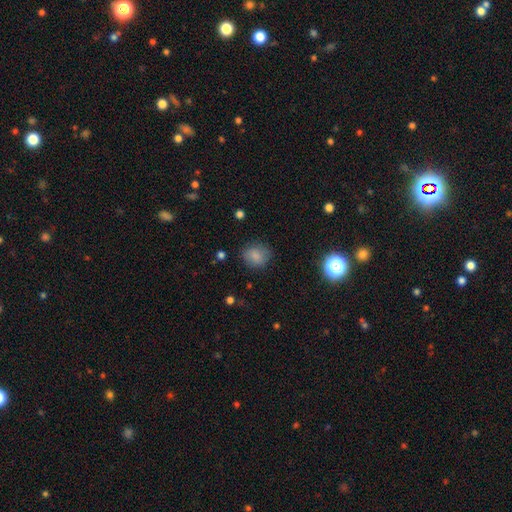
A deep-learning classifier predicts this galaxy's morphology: Smooth or featured? Predicted: smooth (p=0.83). How rounded? Predicted: round (p=0.64). Merging? Predicted: none (p=0.80).